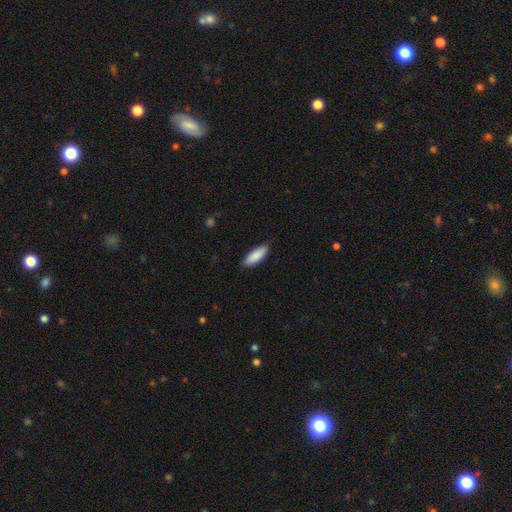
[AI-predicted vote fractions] A smooth galaxy with no disk features (89%) that is in between round and cigar-shaped (60%). Merging: none (89%).